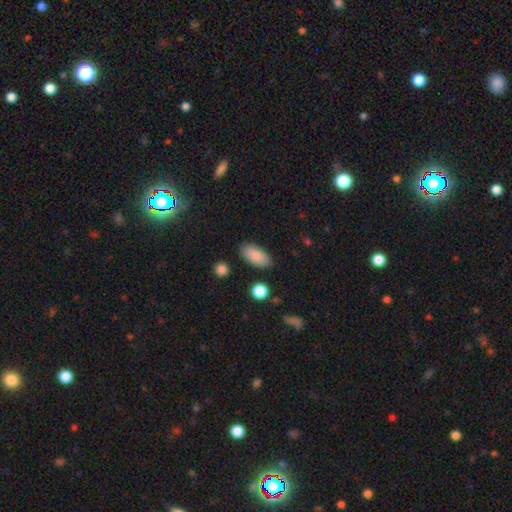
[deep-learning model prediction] Q: Smooth or featured?
A: smooth (87%); runner-up: star or artifact (7%)
Q: How rounded?
A: in between (92%); runner-up: cigar-shaped (6%)
Q: Merging?
A: none (84%); runner-up: minor disturbance (11%)